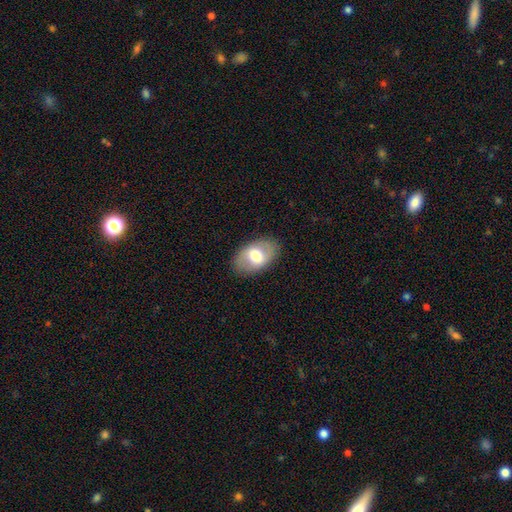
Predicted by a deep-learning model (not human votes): This appears to be a smooth galaxy with no disk features (60%) that is in between round and cigar-shaped (90%). Merging: none (85%).